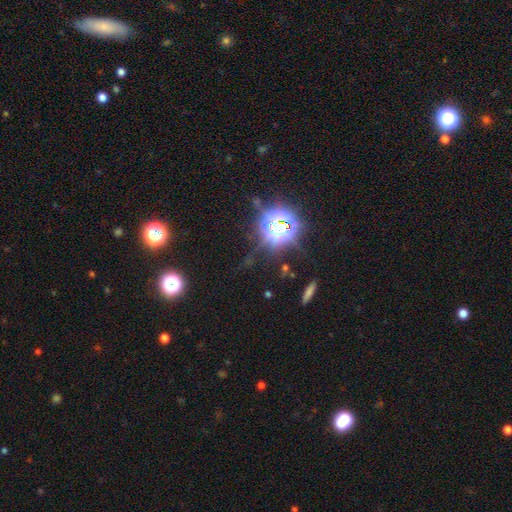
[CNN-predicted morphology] A star or artifact, not a galaxy (79%).